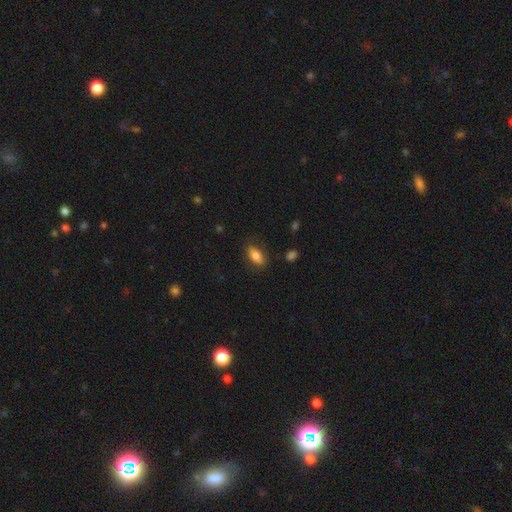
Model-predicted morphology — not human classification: This is clearly a smooth galaxy (81%). How rounded: clearly in between (86%). Merging: clearly none (81%).